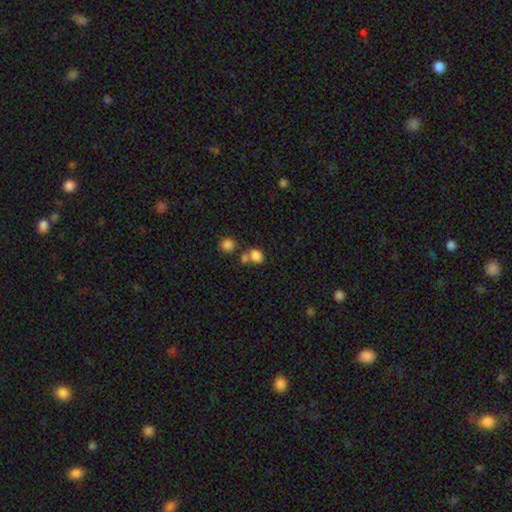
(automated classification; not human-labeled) The model was most divided on "merging": none: 44%, merger: 39%, minor disturbance: 12%, major disturbance: 6%. More confident: smooth or featured — smooth (81%); how rounded — in between (55%).